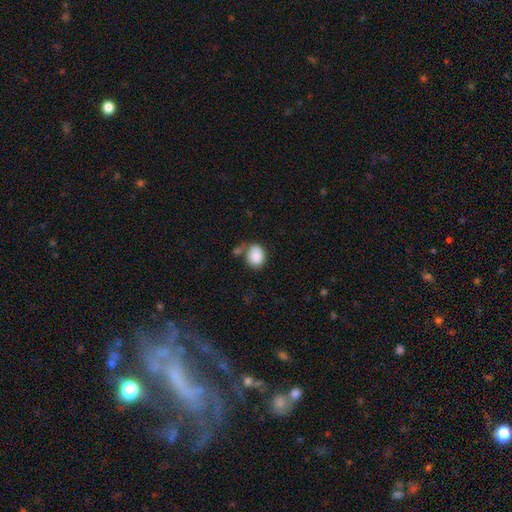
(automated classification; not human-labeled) Q: Smooth or featured?
A: smooth (88%); runner-up: star or artifact (8%)
Q: How rounded?
A: in between (52%); runner-up: round (47%)
Q: Merging?
A: none (62%); runner-up: minor disturbance (17%)